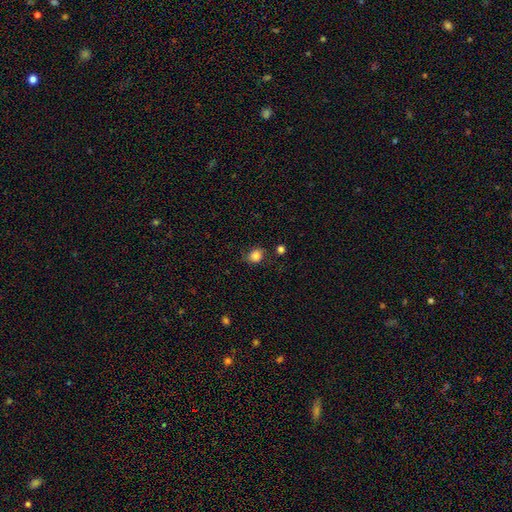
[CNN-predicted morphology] smooth 83%, star or artifact 10%, featured or disk 6%. Down the decision tree: how rounded — round (65%); merging — none (71%).